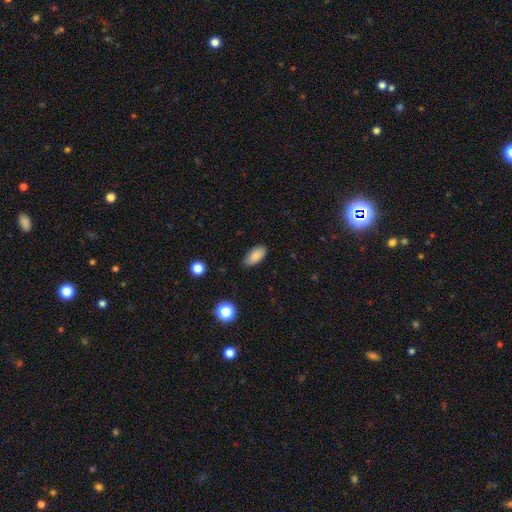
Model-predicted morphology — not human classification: smooth-or-featured: smooth: 86% | star or artifact: 8% | featured or disk: 7%
  how-rounded: in between: 93% | cigar-shaped: 4% | round: 3%
  merging: none: 83% | minor disturbance: 13% | major disturbance: 3% | merger: 1%